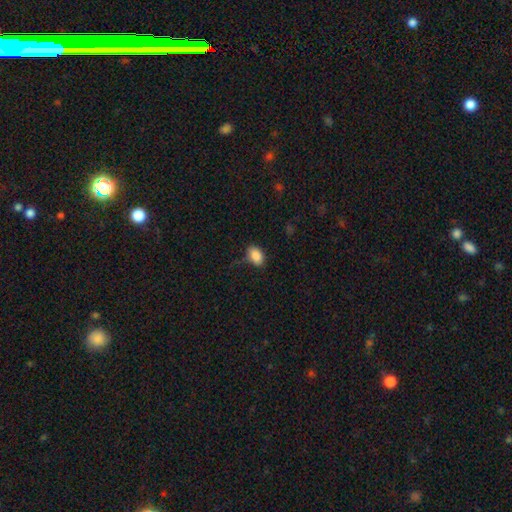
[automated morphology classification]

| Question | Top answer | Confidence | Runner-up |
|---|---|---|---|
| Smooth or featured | smooth | 87% | star or artifact (8%) |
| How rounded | in between | 86% | round (13%) |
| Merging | none | 74% | minor disturbance (19%) |